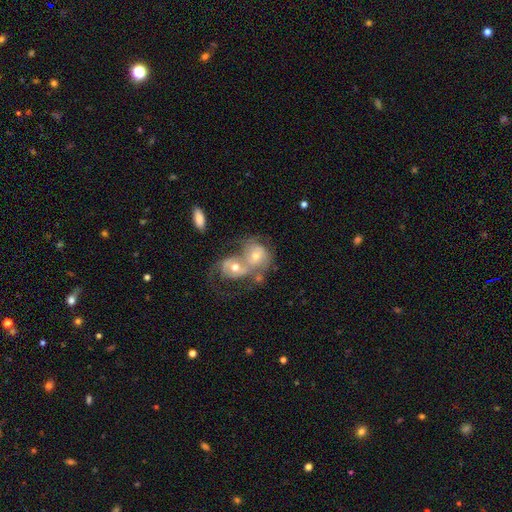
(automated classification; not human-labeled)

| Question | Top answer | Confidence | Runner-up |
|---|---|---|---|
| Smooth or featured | featured or disk | 59% | smooth (33%) |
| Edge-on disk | no | 96% | yes (4%) |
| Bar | no | 74% | weak (21%) |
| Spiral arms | yes | 73% | no (27%) |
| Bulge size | moderate | 66% | small (25%) |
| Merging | merger | 74% | none (12%) |